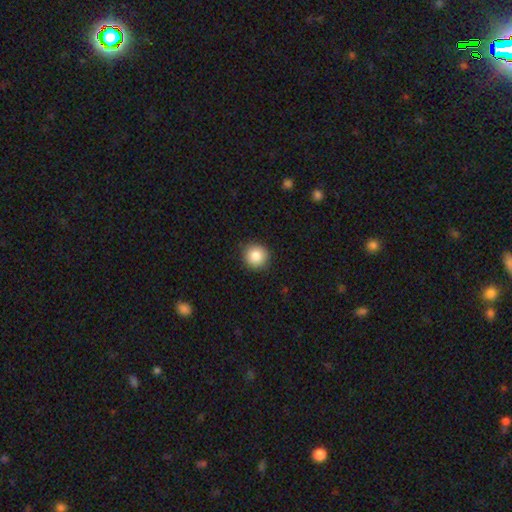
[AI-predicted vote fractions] This appears to be a smooth galaxy with no disk features (86%) that is round (94%). Merging: none (91%).